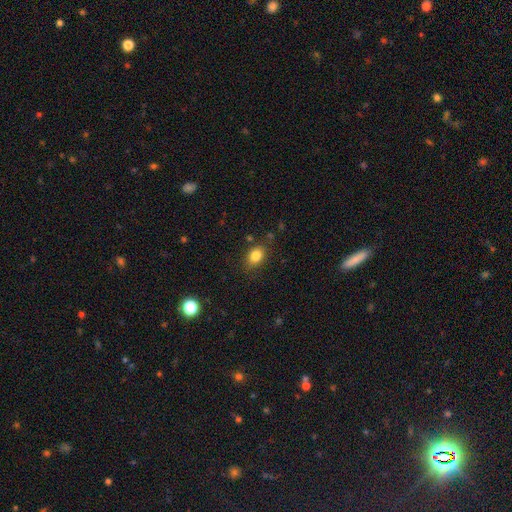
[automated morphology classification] This appears to be a smooth galaxy with no disk features (83%) that is in between round and cigar-shaped (73%). Merging: none (81%).